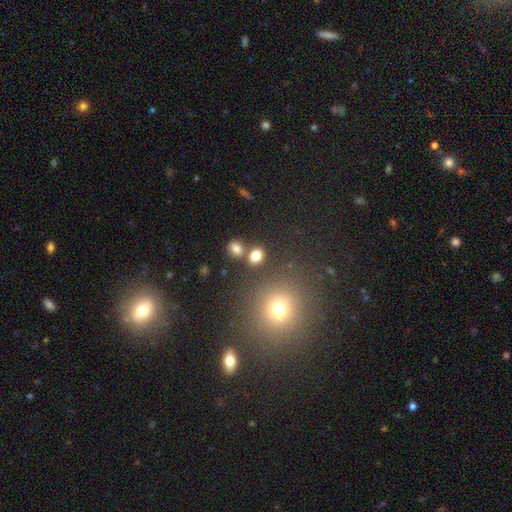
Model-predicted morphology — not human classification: smooth_or_featured: smooth (p=0.78) [alt: star or artifact p=0.14]
how_rounded: in between (p=0.54) [alt: round p=0.45]
merging: none (p=0.68) [alt: merger p=0.19]